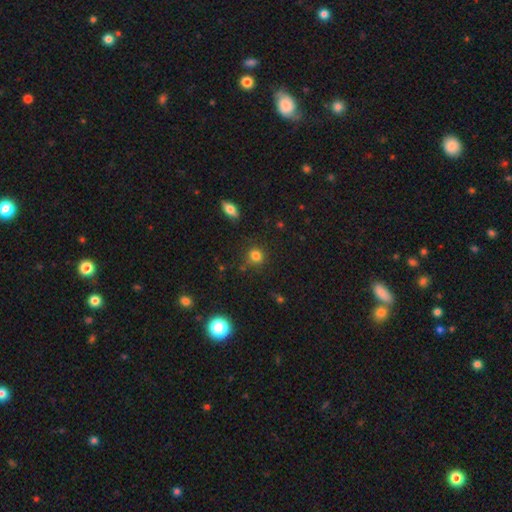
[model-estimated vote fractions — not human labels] This appears to be a smooth galaxy with no disk features (82%) that is round (85%). Merging: none (81%).